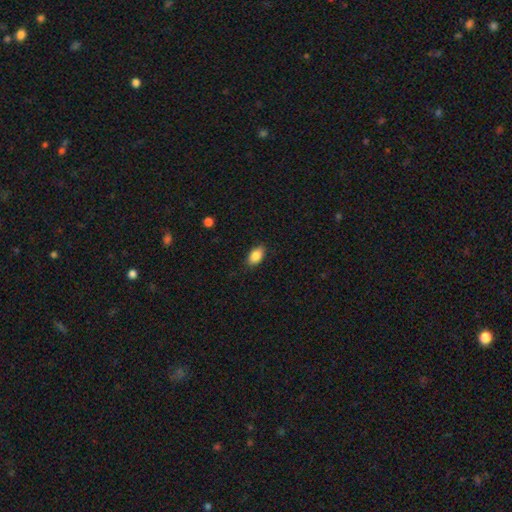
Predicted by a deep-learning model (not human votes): A smooth galaxy with no disk features (86%) that is in between round and cigar-shaped (91%). Merging: none (86%).